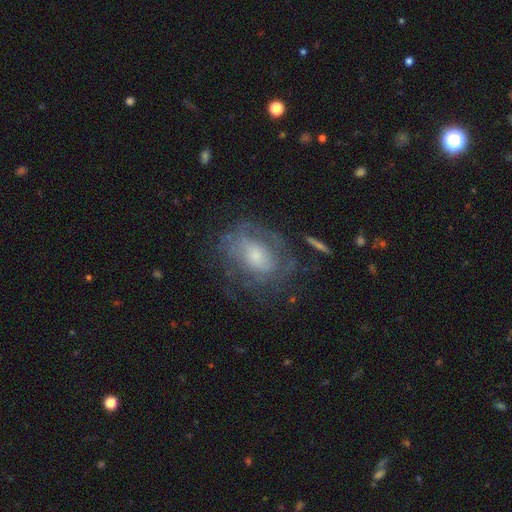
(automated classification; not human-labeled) Smooth or featured?
  - featured or disk: 62% *
  - smooth: 29%
  - star or artifact: 10%
Edge-on disk?
  - no: 95% *
  - yes: 5%
Bar?
  - no: 66% *
  - weak: 27%
  - strong: 7%
Spiral arms?
  - yes: 60% *
  - no: 40%
Bulge size?
  - small: 43% *
  - moderate: 40%
  - large: 10%
  - none: 5%
  - dominant: 2%
Merging?
  - none: 59% *
  - minor disturbance: 21%
  - major disturbance: 18%
  - merger: 2%